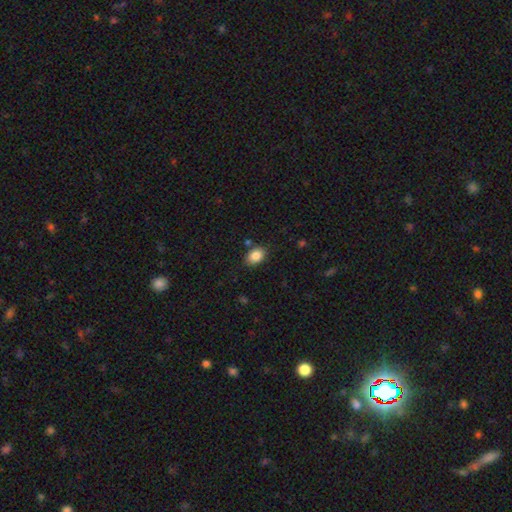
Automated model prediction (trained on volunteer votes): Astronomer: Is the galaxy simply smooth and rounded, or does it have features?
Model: smooth — 86%.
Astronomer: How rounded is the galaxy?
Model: in between — 77%.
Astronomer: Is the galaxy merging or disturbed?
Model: none — 79%.